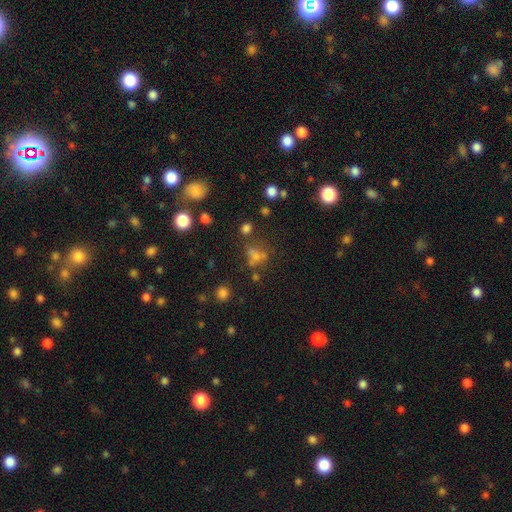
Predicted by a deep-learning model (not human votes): smooth-or-featured: smooth: 50% | star or artifact: 35% | featured or disk: 15%
  merging: none: 51% | merger: 20% | minor disturbance: 16% | major disturbance: 12%